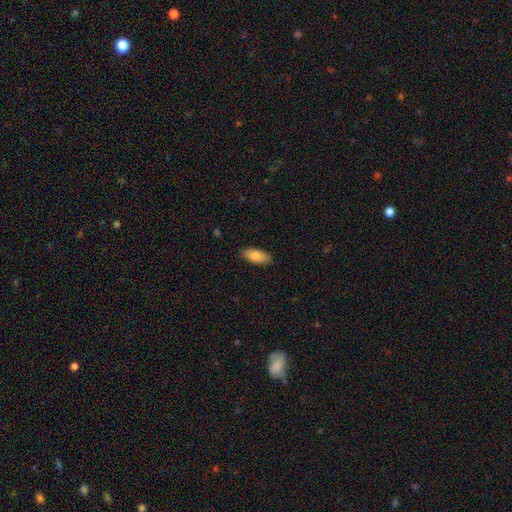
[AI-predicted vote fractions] Smooth or featured? Predicted: smooth (p=0.84). How rounded? Predicted: in between (p=0.88). Merging? Predicted: none (p=0.87).